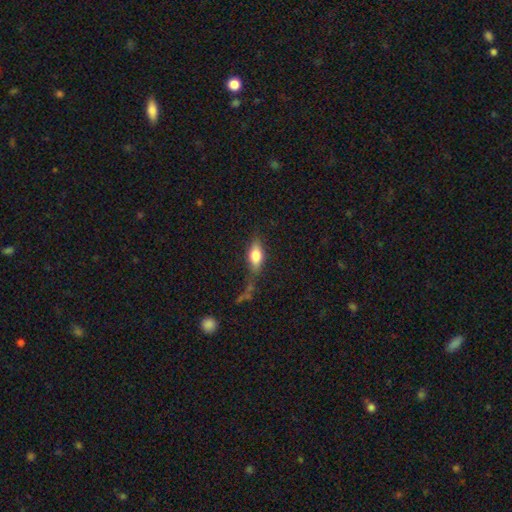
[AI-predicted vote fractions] Overall: smooth (68%). How rounded: in between (77%). Merging: none (59%; minor disturbance 22%).